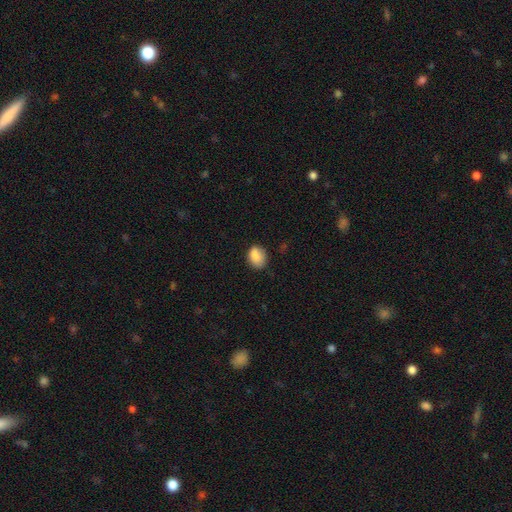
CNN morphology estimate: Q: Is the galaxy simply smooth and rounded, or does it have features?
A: smooth — 86%.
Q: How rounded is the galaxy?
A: in between — 70%.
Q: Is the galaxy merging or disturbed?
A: none — 68%.